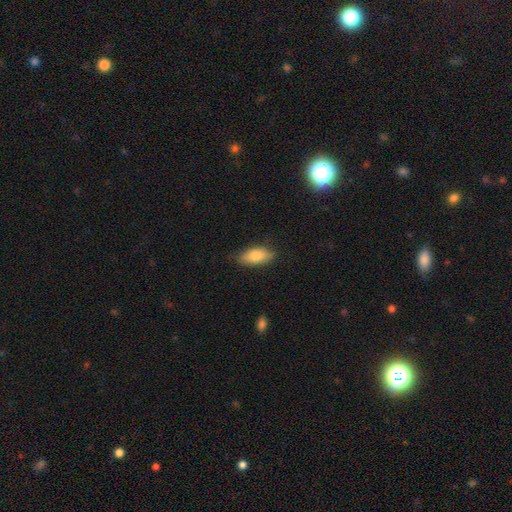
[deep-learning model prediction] smooth 82%, featured or disk 11%, star or artifact 6%. Down the decision tree: how rounded — in between (89%); merging — none (78%).